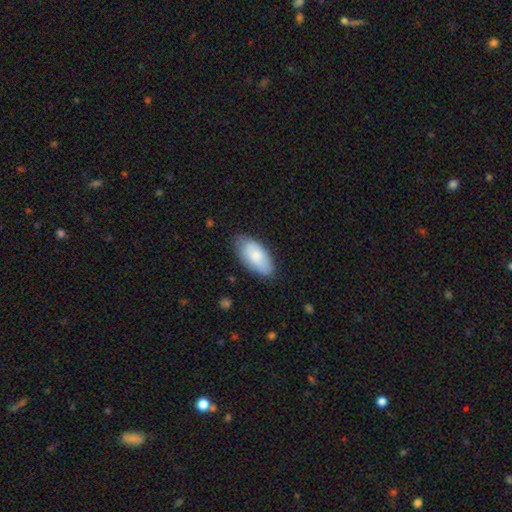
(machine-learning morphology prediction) Q: Smooth or featured?
A: smooth (76%); runner-up: featured or disk (18%)
Q: How rounded?
A: in between (94%); runner-up: cigar-shaped (4%)
Q: Merging?
A: none (74%); runner-up: minor disturbance (21%)